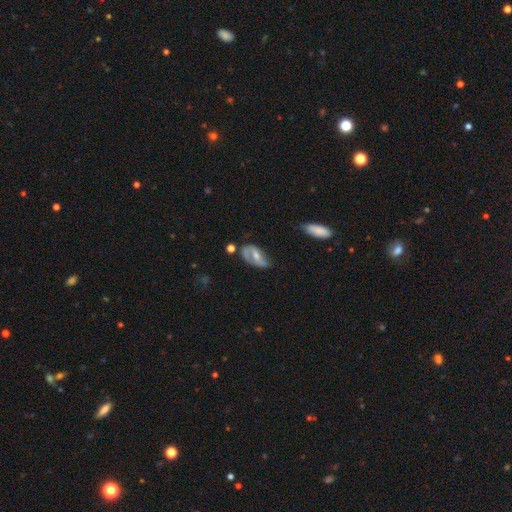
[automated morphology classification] Smooth or featured? featured or disk (57%)
Edge-on disk? no (93%)
Bar? weak (39%)
Spiral arms? yes (67%)
Bulge size? moderate (52%)
Merging? none (43%)